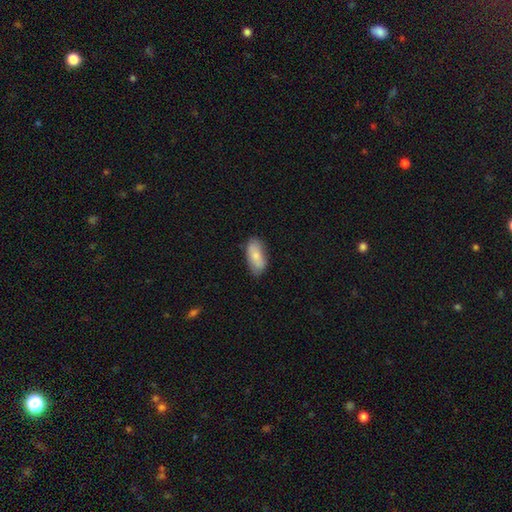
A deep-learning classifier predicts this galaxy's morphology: Q: Smooth or featured?
A: smooth (77%); runner-up: featured or disk (17%)
Q: How rounded?
A: in between (88%); runner-up: cigar-shaped (10%)
Q: Merging?
A: none (78%); runner-up: minor disturbance (18%)